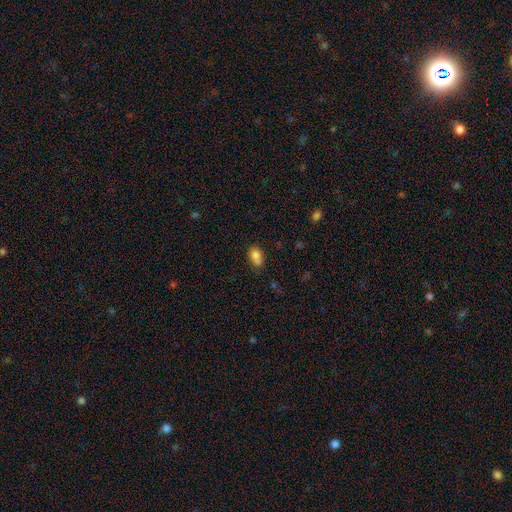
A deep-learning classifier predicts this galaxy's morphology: This is likely a smooth galaxy (79%). How rounded: likely in between (78%). Merging: possibly none (50%).